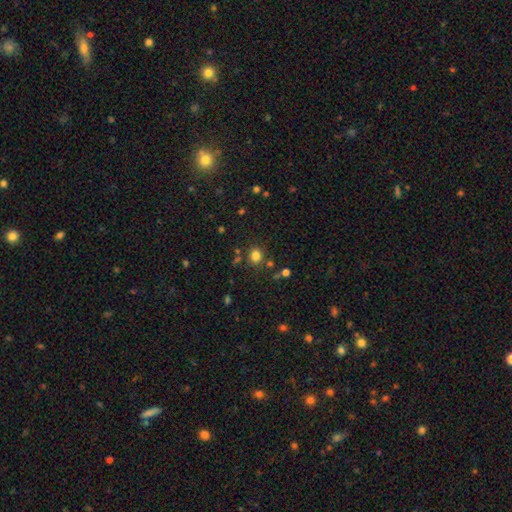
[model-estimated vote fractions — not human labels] Overall: smooth (80%). How rounded: round (85%). Merging: none (82%).